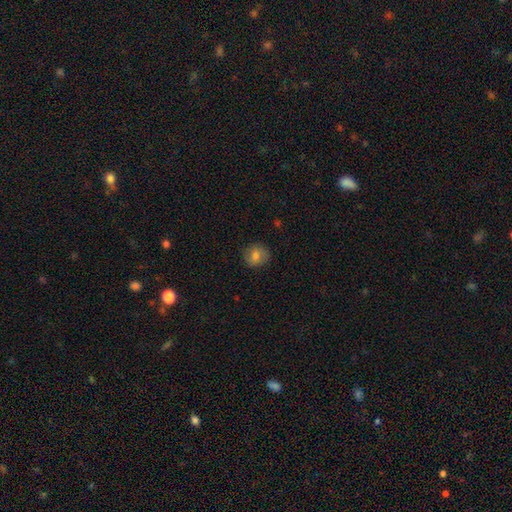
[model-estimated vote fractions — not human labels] Smooth or featured? smooth (77%)
How rounded? round (82%)
Merging? none (84%)